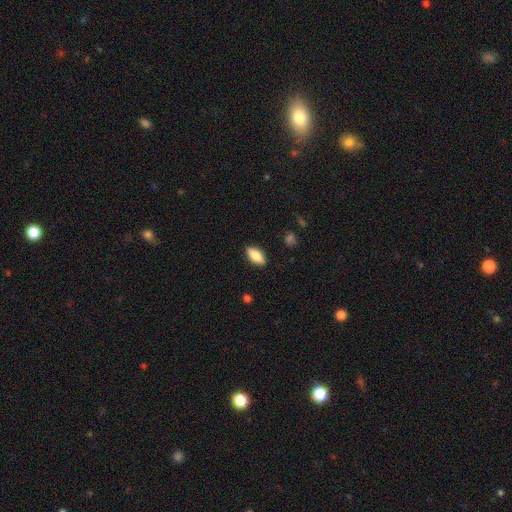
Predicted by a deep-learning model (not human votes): Smooth or featured?
  - smooth: 75% *
  - featured or disk: 19%
  - star or artifact: 7%
How rounded?
  - in between: 83% *
  - cigar-shaped: 14%
  - round: 3%
Merging?
  - none: 87% *
  - minor disturbance: 10%
  - major disturbance: 2%
  - merger: 1%